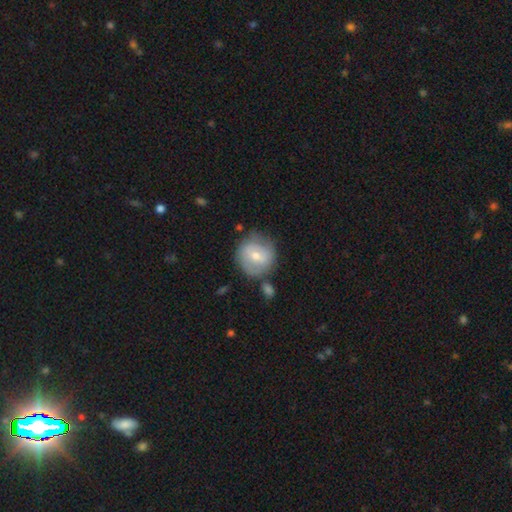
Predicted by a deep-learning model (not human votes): Smooth or featured?
  - smooth: 53% *
  - featured or disk: 40%
  - star or artifact: 6%
How rounded?
  - round: 88% *
  - in between: 11%
  - cigar-shaped: 1%
Merging?
  - none: 64% *
  - minor disturbance: 19%
  - merger: 9%
  - major disturbance: 7%